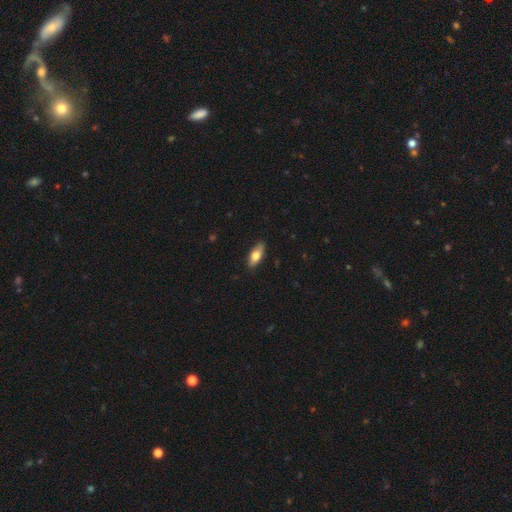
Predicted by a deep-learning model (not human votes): A smooth galaxy with no disk features (70%) that is in between round and cigar-shaped (77%). Merging: none (86%).